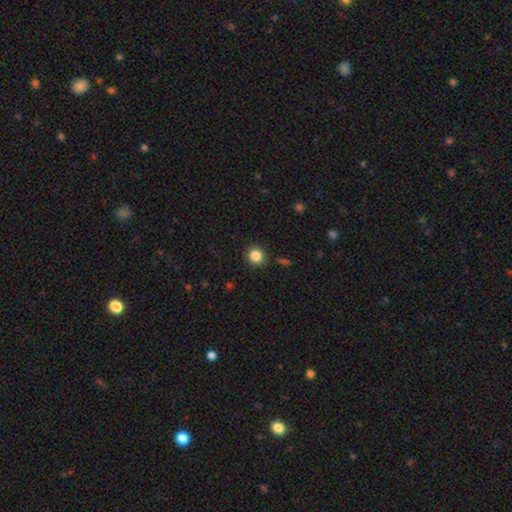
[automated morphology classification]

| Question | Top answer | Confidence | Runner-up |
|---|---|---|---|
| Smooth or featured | smooth | 85% | star or artifact (11%) |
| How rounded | round | 90% | in between (9%) |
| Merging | none | 88% | minor disturbance (8%) |